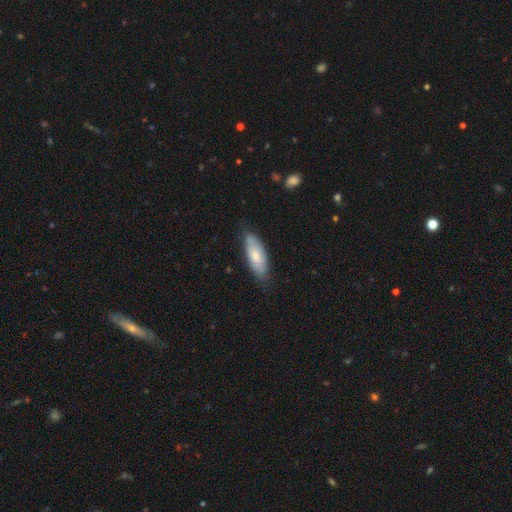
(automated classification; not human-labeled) This is likely a smooth galaxy (65%). How rounded: likely in between (74%). Merging: likely none (71%).